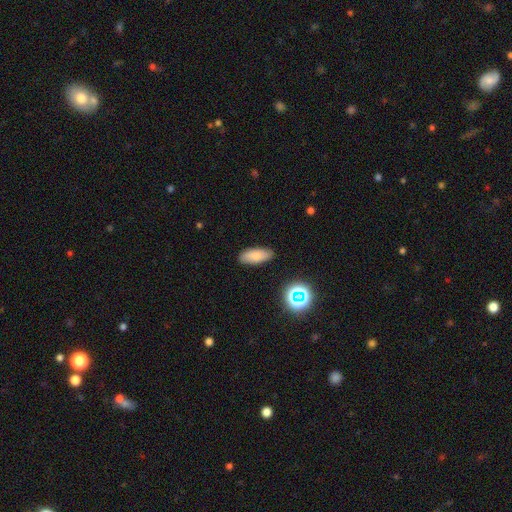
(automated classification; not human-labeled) Morphology: type=smooth (78%); roundness=in between (79%); merging=none (87%).